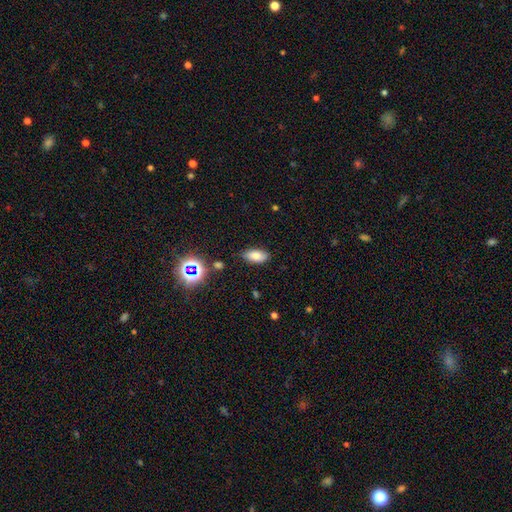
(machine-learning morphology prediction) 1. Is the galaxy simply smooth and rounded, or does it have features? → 76% smooth, 13% star or artifact, 11% featured or disk.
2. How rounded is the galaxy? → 90% in between, 5% cigar-shaped, 4% round.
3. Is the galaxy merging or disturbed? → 83% none, 12% minor disturbance, 3% major disturbance, 2% merger.